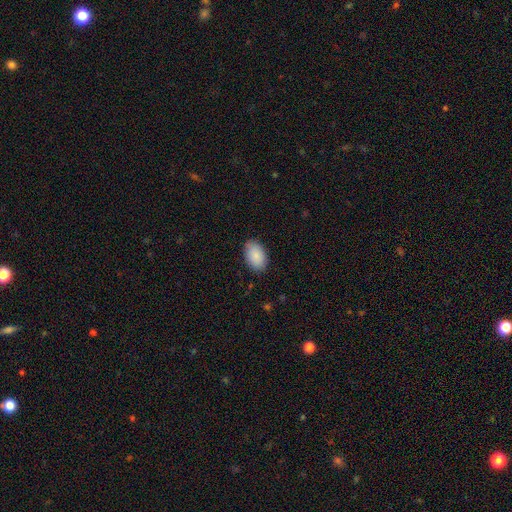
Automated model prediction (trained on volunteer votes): This is clearly a smooth galaxy (89%). How rounded: clearly in between (92%). Merging: clearly none (86%).